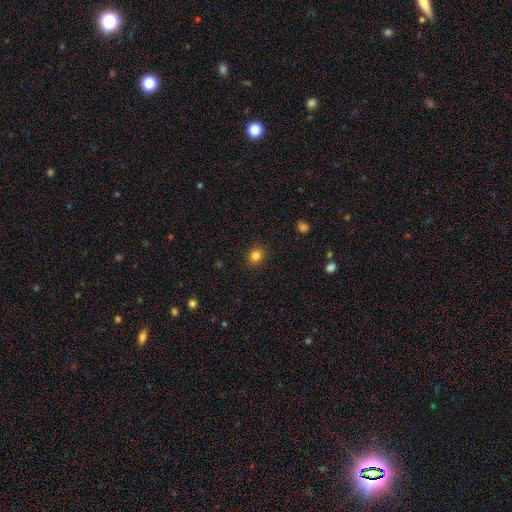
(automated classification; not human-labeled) Overall: smooth (83%). How rounded: round (70%). Merging: none (90%).